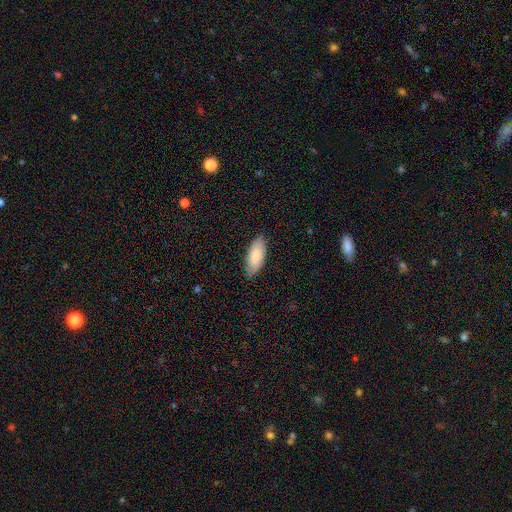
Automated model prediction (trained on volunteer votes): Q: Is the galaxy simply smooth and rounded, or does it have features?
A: smooth — 85%.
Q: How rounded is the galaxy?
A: in between — 82%.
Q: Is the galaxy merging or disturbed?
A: none — 84%.